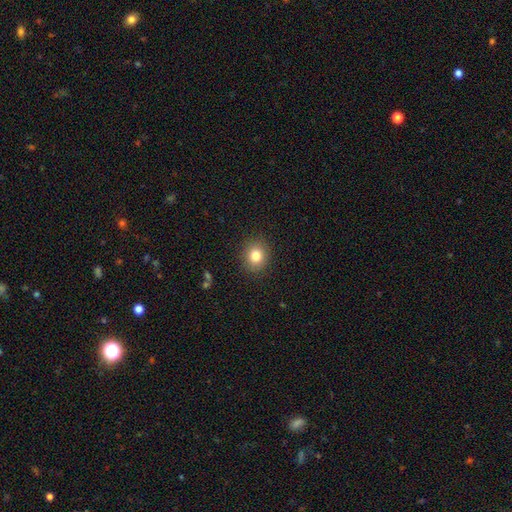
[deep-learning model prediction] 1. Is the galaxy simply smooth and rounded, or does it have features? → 81% smooth, 11% star or artifact, 8% featured or disk.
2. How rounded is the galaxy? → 74% round, 25% in between, 1% cigar-shaped.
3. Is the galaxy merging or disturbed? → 89% none, 7% minor disturbance, 2% major disturbance, 1% merger.